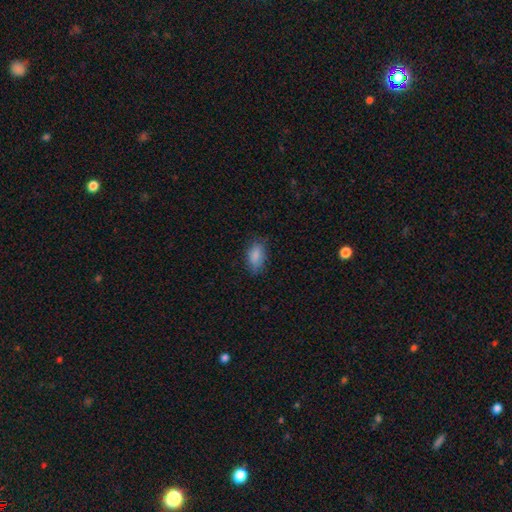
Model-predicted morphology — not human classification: smooth 85%, star or artifact 9%, featured or disk 6%. Down the decision tree: how rounded — in between (91%); merging — none (73%).